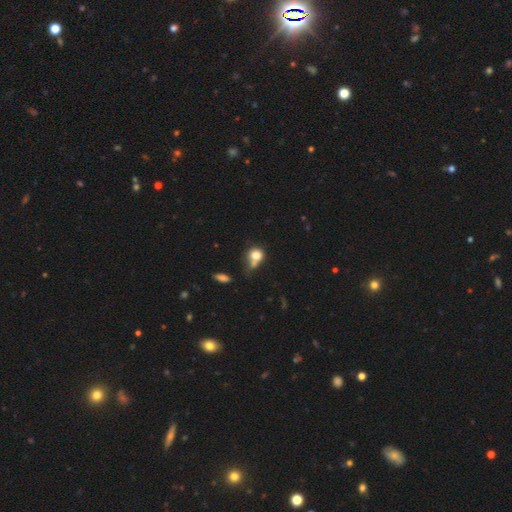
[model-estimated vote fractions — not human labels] smooth_or_featured: smooth (p=0.75) [alt: featured or disk p=0.13]
how_rounded: round (p=0.65) [alt: in between p=0.33]
merging: none (p=0.33) [alt: merger p=0.32]